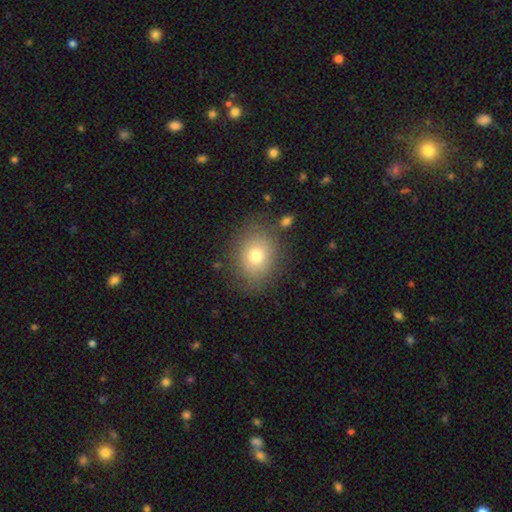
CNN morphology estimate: The model was most divided on "how rounded": round: 50%, in between: 49%, cigar-shaped: 1%. More confident: merging — none (80%); smooth or featured — smooth (74%).